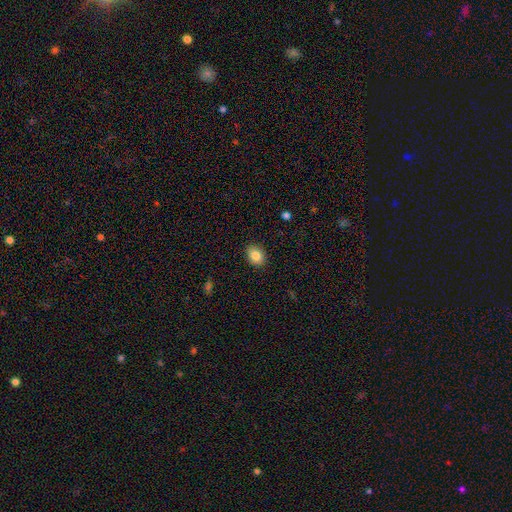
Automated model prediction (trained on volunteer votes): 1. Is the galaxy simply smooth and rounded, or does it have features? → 86% smooth, 9% star or artifact, 6% featured or disk.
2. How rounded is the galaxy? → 59% in between, 40% round, 1% cigar-shaped.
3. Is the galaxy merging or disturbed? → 89% none, 8% minor disturbance, 2% major disturbance, 1% merger.